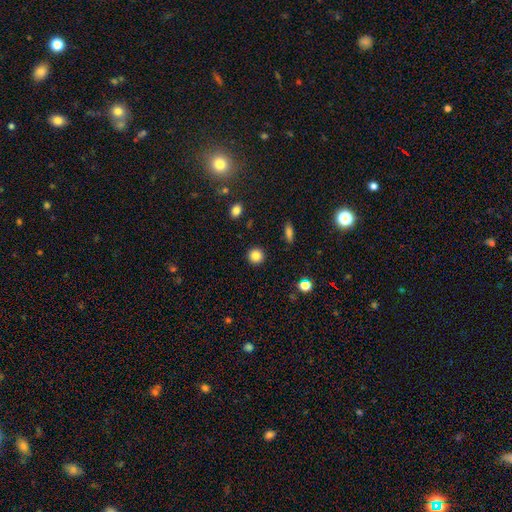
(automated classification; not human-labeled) Smooth or featured? Predicted: smooth (p=0.85). How rounded? Predicted: round (p=0.93). Merging? Predicted: none (p=0.92).